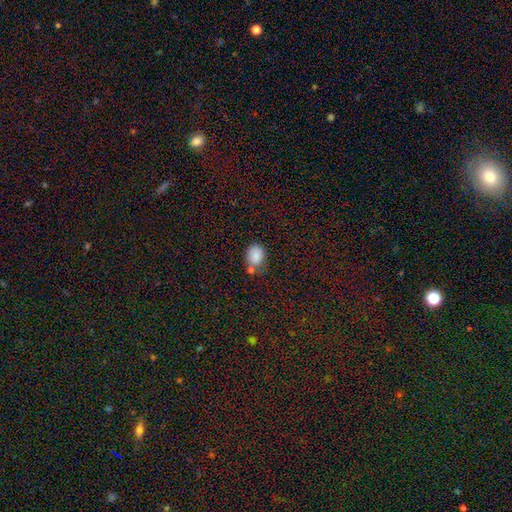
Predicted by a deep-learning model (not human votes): This is clearly a smooth galaxy (85%). How rounded: likely in between (62%). Merging: possibly none (53%).